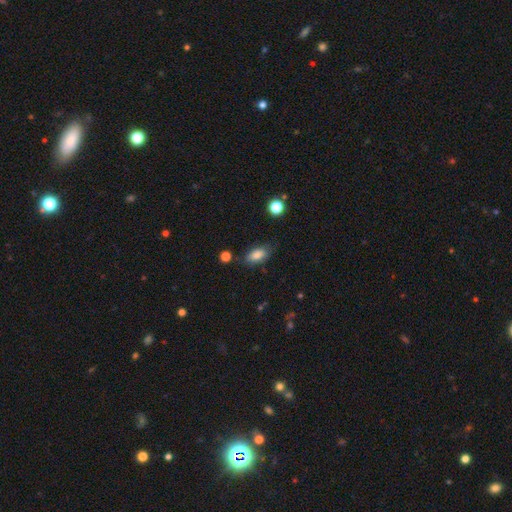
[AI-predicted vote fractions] Smooth or featured? Predicted: smooth (p=0.83). How rounded? Predicted: in between (p=0.89). Merging? Predicted: none (p=0.76).